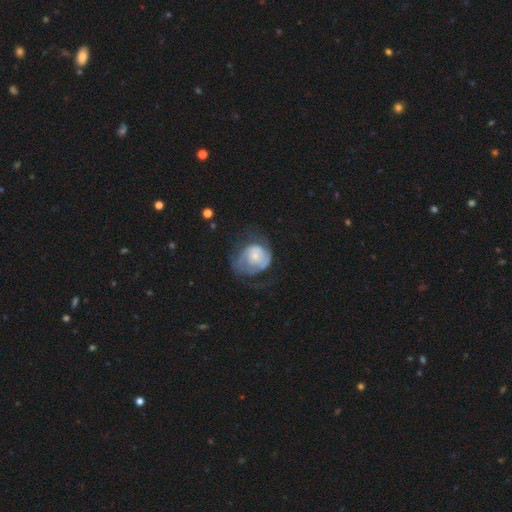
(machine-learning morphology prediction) A featured or disk galaxy (57%) with no bar (82%), spiral arms (63%) and a small central bulge (62%). Merging: major disturbance (39%).